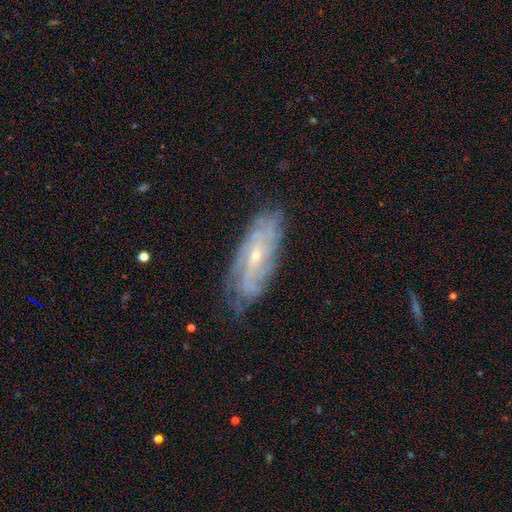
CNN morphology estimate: type=featured or disk (80%); edge-on=no (87%); bar=no (59%); spiral arms=yes (92%); winding=tight (58%); arm count=can't tell (47%); bulge=small (72%); merging=none (73%).